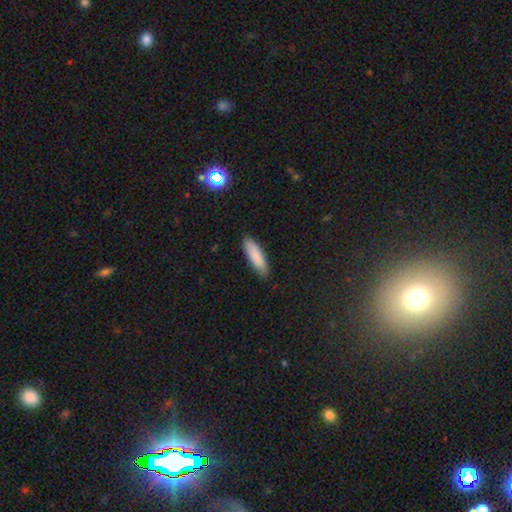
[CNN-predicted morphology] Overall: smooth (87%). How rounded: cigar-shaped (55%; in between 43%). Merging: none (86%).